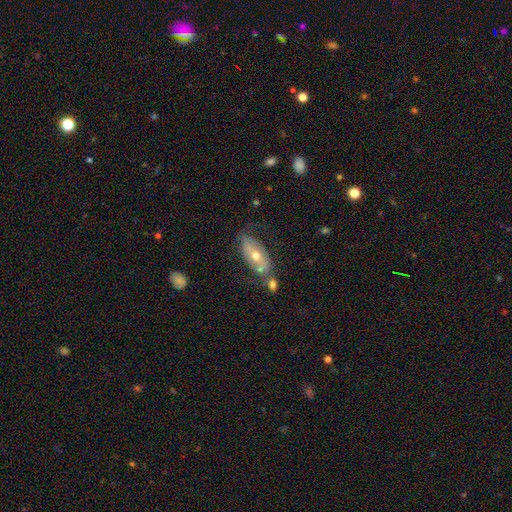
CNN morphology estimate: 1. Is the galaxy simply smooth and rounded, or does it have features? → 51% featured or disk, 42% smooth, 7% star or artifact.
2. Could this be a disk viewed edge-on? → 80% no, 20% yes.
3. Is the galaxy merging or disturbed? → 53% none, 23% minor disturbance, 15% merger, 9% major disturbance.